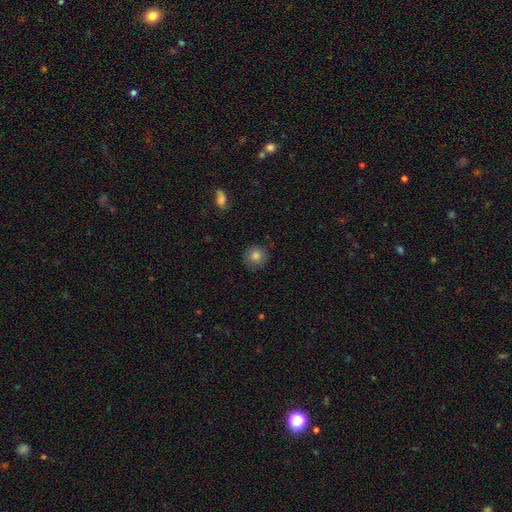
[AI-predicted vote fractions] The model was most divided on "smooth or featured": smooth: 81%, star or artifact: 10%, featured or disk: 9%. More confident: how rounded — round (92%); merging — none (85%).